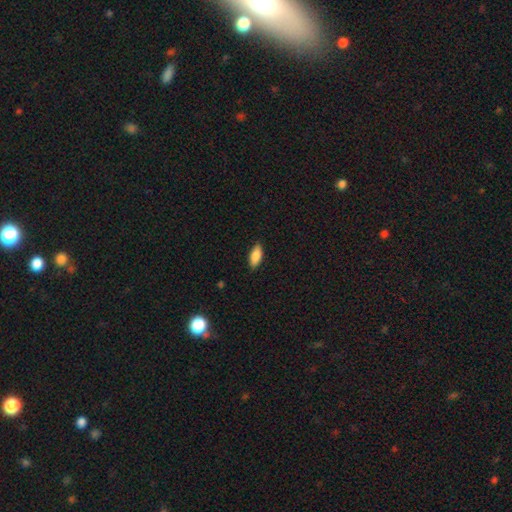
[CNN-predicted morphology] Overall: smooth (85%). How rounded: in between (82%). Merging: none (87%).